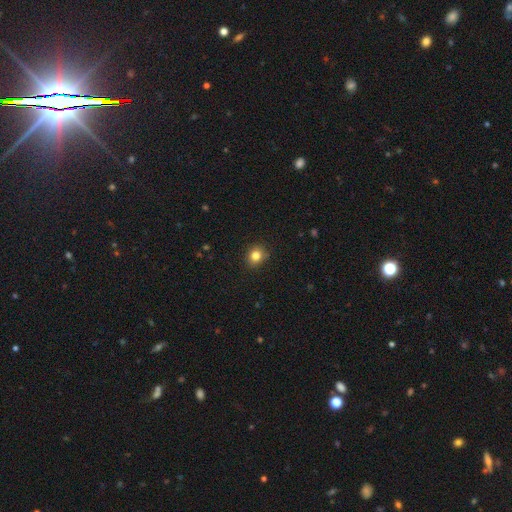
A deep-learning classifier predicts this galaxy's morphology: Smooth or featured?
  - smooth: 82% *
  - star or artifact: 12%
  - featured or disk: 6%
How rounded?
  - round: 76% *
  - in between: 23%
  - cigar-shaped: 1%
Merging?
  - none: 86% *
  - minor disturbance: 11%
  - major disturbance: 2%
  - merger: 1%